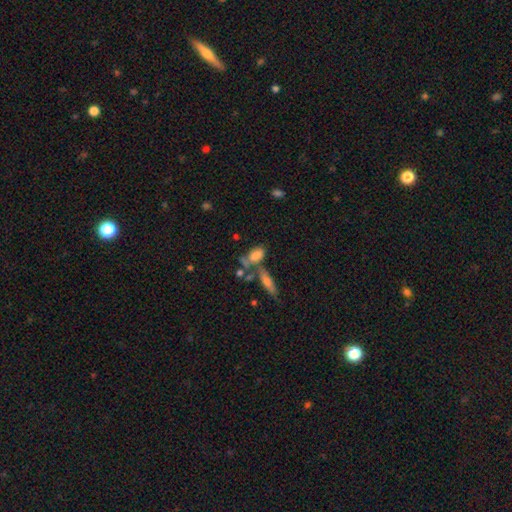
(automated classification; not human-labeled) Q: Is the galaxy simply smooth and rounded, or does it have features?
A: smooth — 72%.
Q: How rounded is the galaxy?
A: in between — 82%.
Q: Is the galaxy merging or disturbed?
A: none — 39%.